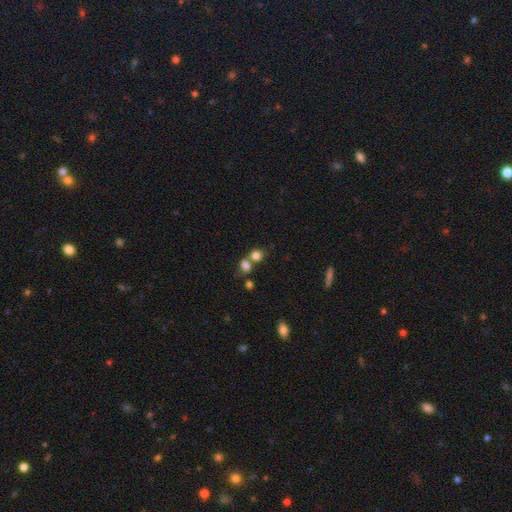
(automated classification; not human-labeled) smooth_or_featured: smooth (p=0.79) [alt: star or artifact p=0.12]
how_rounded: round (p=0.63) [alt: in between p=0.35]
merging: merger (p=0.49) [alt: none p=0.38]